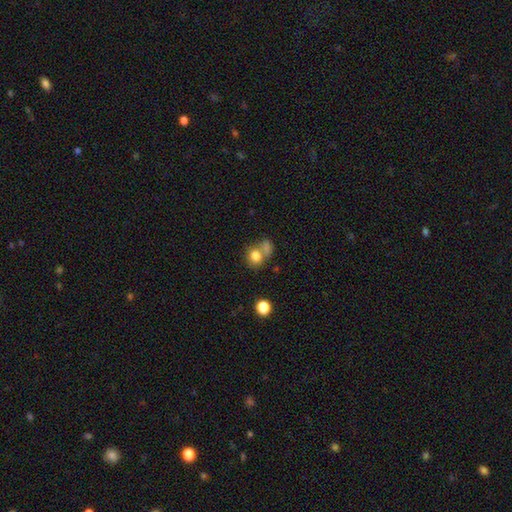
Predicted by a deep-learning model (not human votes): A smooth galaxy with no disk features (79%) that is round (69%). Merging: none (44%).